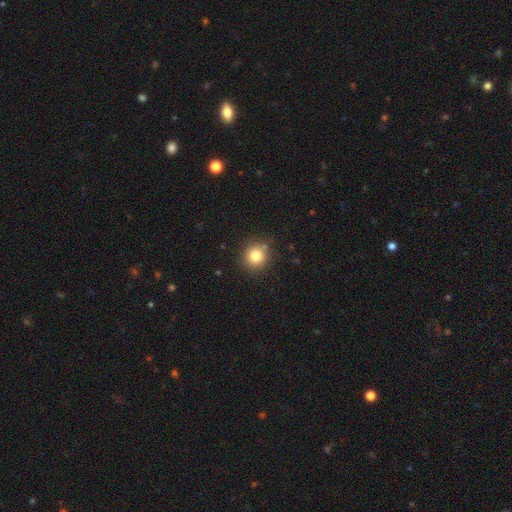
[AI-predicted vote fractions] Smooth or featured: smooth — 80% (star or artifact — 12%)
How rounded: round — 91% (in between — 8%)
Merging: none — 86% (minor disturbance — 9%)